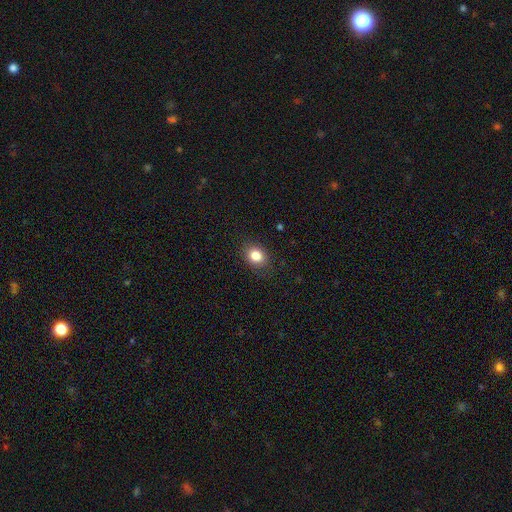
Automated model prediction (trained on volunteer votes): Smooth or featured? Predicted: smooth (p=0.82). How rounded? Predicted: round (p=0.54). Merging? Predicted: none (p=0.86).